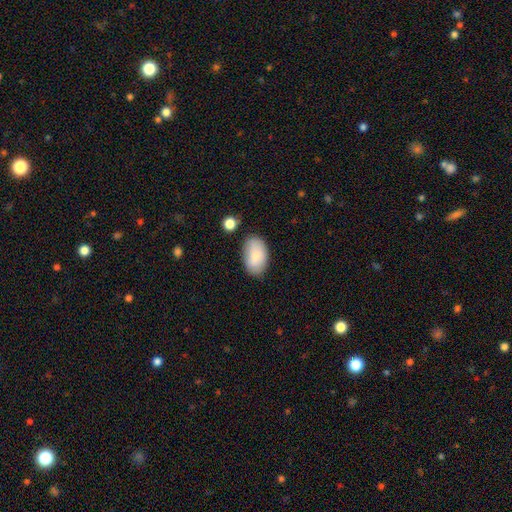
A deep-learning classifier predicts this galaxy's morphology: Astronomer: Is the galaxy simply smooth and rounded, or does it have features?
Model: smooth — 82%.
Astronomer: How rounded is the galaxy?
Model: in between — 93%.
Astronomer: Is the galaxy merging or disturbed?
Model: none — 77%.